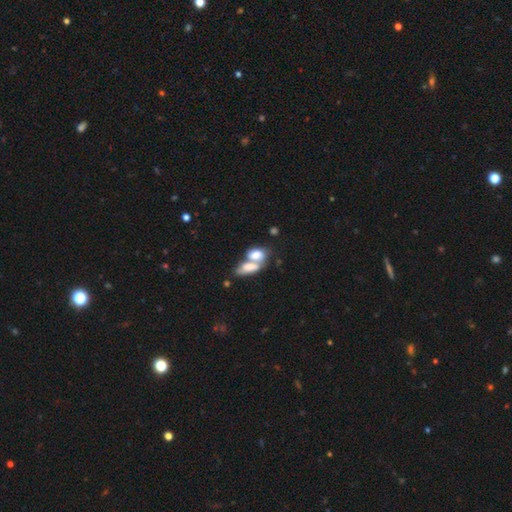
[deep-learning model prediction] A smooth galaxy with no disk features (73%) that is in between round and cigar-shaped (85%).

Vote fractions:
- Smooth or featured? smooth: 73% / featured or disk: 19% / star or artifact: 8%
- How rounded? in between: 85% / round: 9% / cigar-shaped: 6%
- Merging? merger: 72% / none: 17% / minor disturbance: 6% / major disturbance: 5%